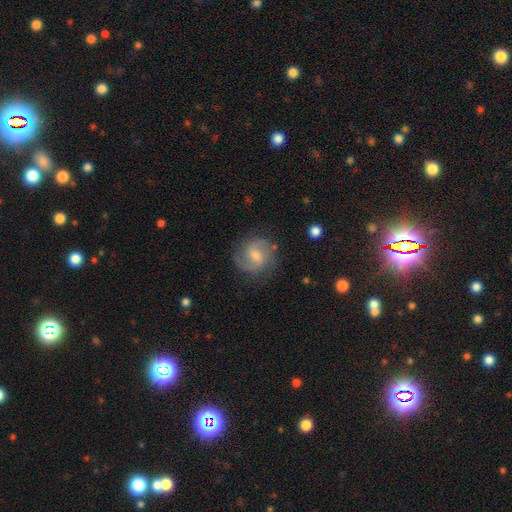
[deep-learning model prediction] Morphology: type=featured or disk (75%); edge-on=no (98%); bar=weak (55%); spiral arms=yes (94%); winding=medium (51%); arm count=2 (78%); bulge=moderate (47%); merging=none (77%).